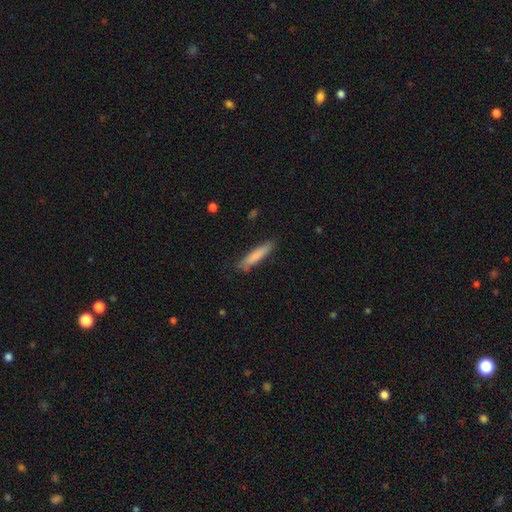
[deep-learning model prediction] This appears to be a smooth galaxy with no disk features (80%) that is cigar-shaped (86%). Merging: none (81%).